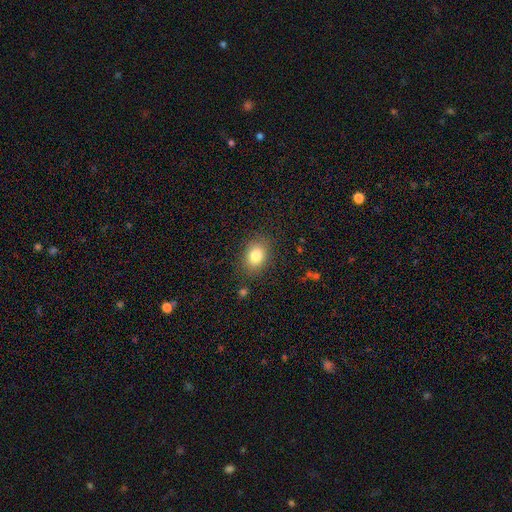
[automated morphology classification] A smooth galaxy with no disk features (82%) that is in between round and cigar-shaped (64%). Merging: none (85%).